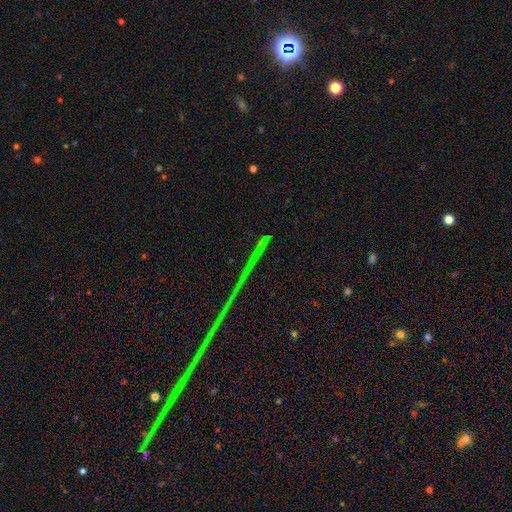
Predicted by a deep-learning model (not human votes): This appears to be a star or artifact, not a galaxy (79%).